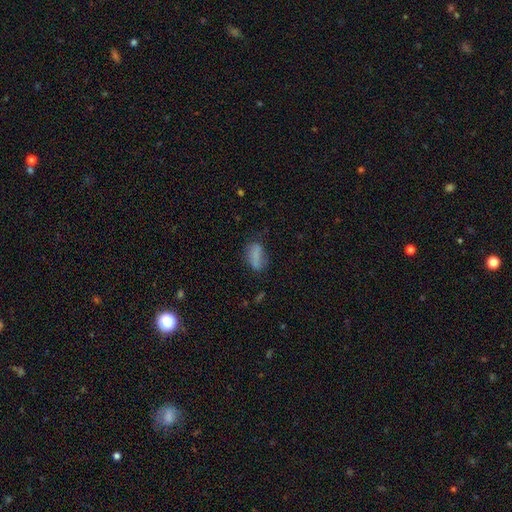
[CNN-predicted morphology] Smooth or featured? Predicted: smooth (p=0.76). How rounded? Predicted: in between (p=0.78). Merging? Predicted: none (p=0.57).